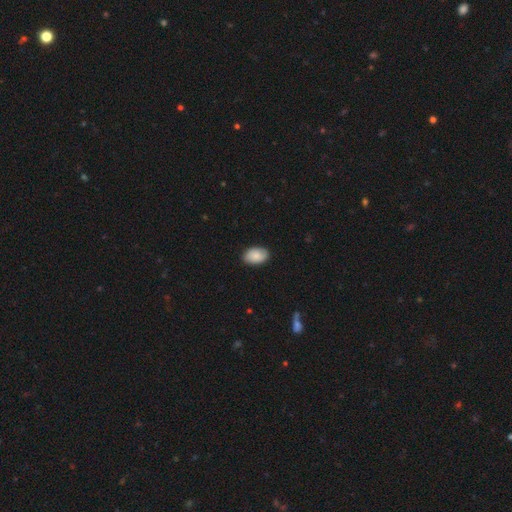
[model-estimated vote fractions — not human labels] Q: Smooth or featured?
A: smooth (85%); runner-up: featured or disk (8%)
Q: How rounded?
A: in between (91%); runner-up: round (7%)
Q: Merging?
A: none (86%); runner-up: minor disturbance (11%)